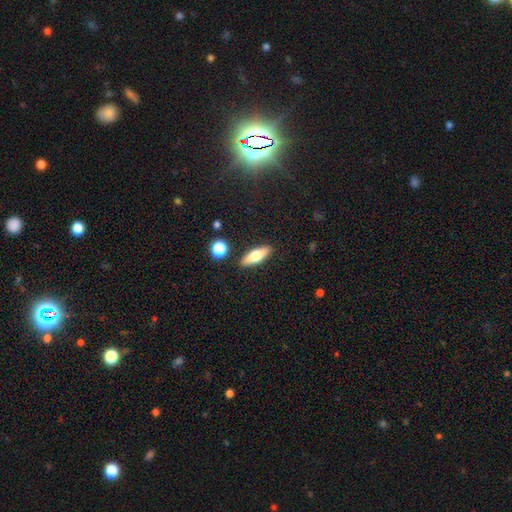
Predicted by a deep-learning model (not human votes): This is possibly a smooth galaxy (59%). How rounded: possibly cigar-shaped (48%, tied with in between). Merging: clearly none (87%).